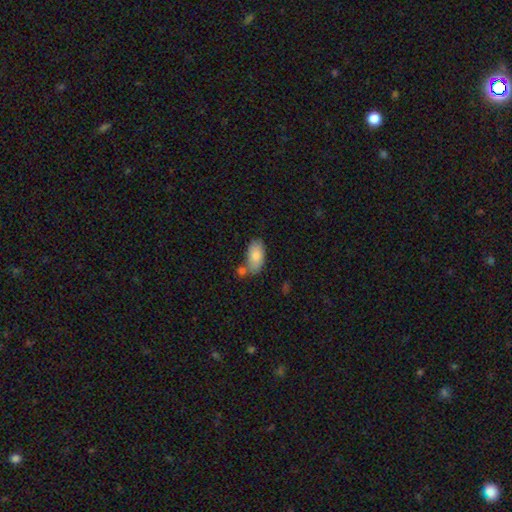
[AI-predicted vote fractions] Smooth or featured? Predicted: smooth (p=0.83). How rounded? Predicted: in between (p=0.93). Merging? Predicted: none (p=0.55).